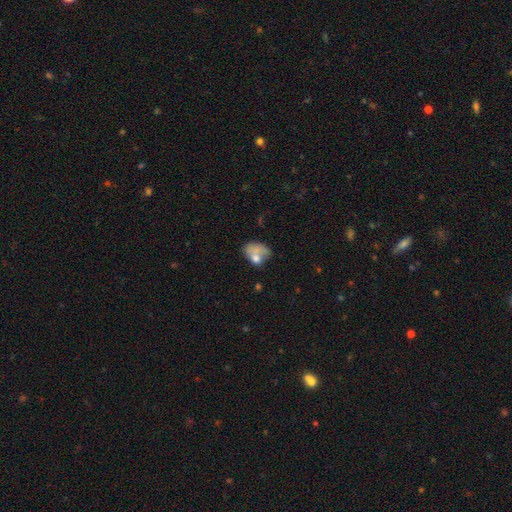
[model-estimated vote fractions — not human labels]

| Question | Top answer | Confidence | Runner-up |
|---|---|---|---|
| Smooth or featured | smooth | 67% | featured or disk (24%) |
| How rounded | in between | 72% | round (27%) |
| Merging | major disturbance | 27% | none (26%) |